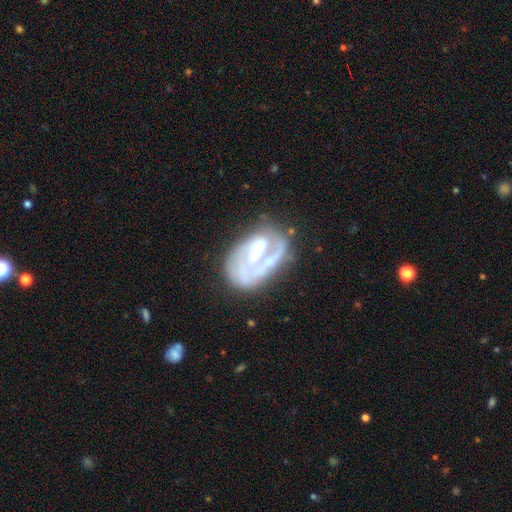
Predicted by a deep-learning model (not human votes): featured or disk 79%, smooth 15%, star or artifact 7%. Down the decision tree: edge-on disk — no (96%); bar — weak (38%); spiral arms — yes (76%); spiral arm count — 1 (39%); spiral winding — tight (46%); bulge size — moderate (49%); merging — none (48%).